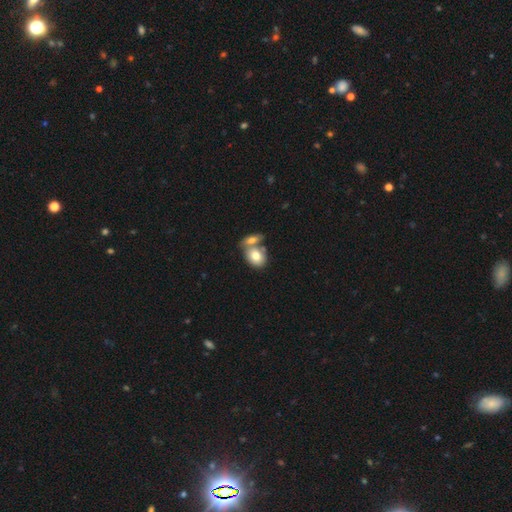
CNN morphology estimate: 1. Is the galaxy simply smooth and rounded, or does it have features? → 76% smooth, 17% featured or disk, 7% star or artifact.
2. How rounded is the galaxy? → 67% in between, 31% round, 2% cigar-shaped.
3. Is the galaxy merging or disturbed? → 54% merger, 33% none, 9% minor disturbance, 3% major disturbance.